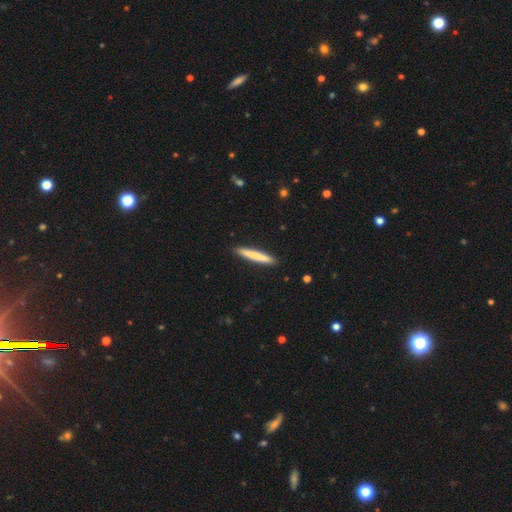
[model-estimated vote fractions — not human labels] Smooth or featured? Predicted: smooth (p=0.75). How rounded? Predicted: cigar-shaped (p=0.96). Merging? Predicted: none (p=0.92).